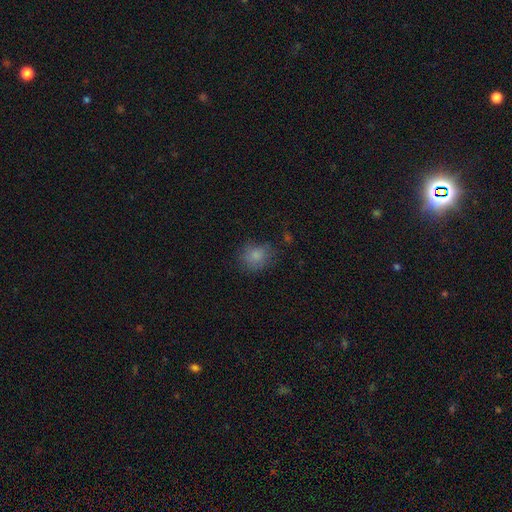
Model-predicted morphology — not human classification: A smooth galaxy with no disk features (81%) that is round (68%). Merging: none (67%).